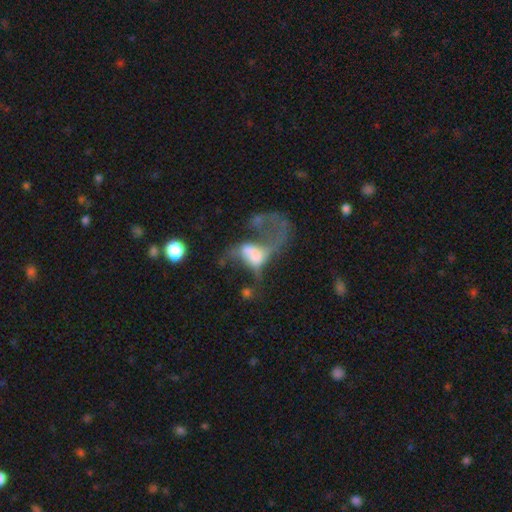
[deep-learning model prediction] This is possibly a featured or disk galaxy (54%). It is clearly not viewed edge-on (94%). Bar: likely no (71%). Spiral arm pattern: likely no (67%). Central bulge: marginally large (29%). Merging: possibly major disturbance (56%).